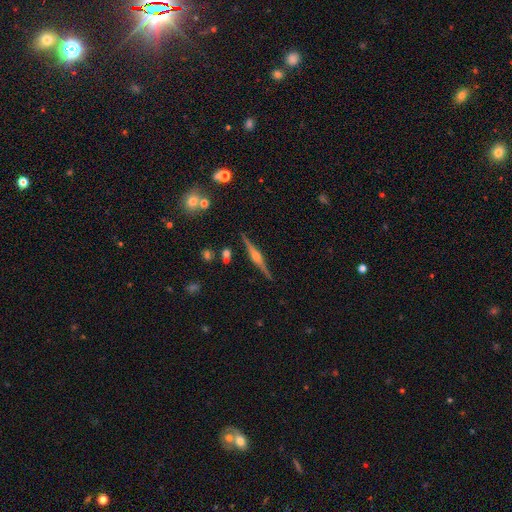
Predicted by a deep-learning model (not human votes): This appears to be a featured or disk galaxy (81%) viewed edge-on (98%) with a rounded central bulge (79%). Merging: none (89%).